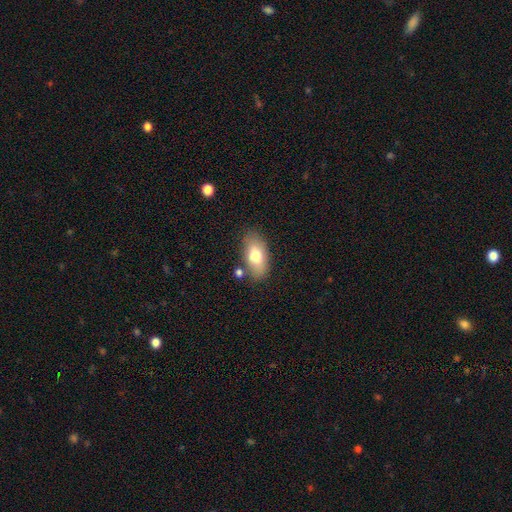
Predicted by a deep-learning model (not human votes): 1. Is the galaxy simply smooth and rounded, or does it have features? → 75% smooth, 18% featured or disk, 7% star or artifact.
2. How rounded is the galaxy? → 91% in between, 5% cigar-shaped, 4% round.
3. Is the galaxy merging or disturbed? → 74% none, 15% minor disturbance, 6% merger, 4% major disturbance.